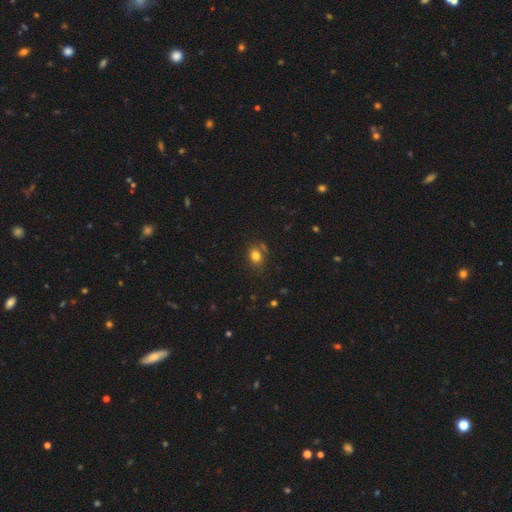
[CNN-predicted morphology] type=smooth (79%); roundness=in between (54%); merging=none (69%).